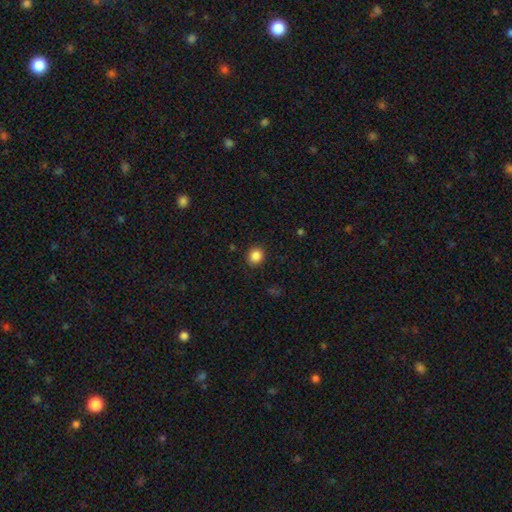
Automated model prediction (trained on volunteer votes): Smooth or featured? smooth (86%)
How rounded? round (85%)
Merging? none (91%)